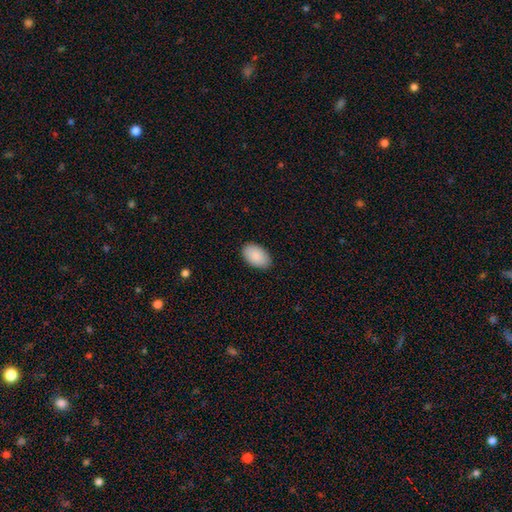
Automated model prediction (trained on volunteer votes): Smooth or featured?
  - smooth: 90% *
  - star or artifact: 6%
  - featured or disk: 4%
How rounded?
  - in between: 95% *
  - round: 4%
  - cigar-shaped: 1%
Merging?
  - none: 89% *
  - minor disturbance: 8%
  - major disturbance: 2%
  - merger: 1%